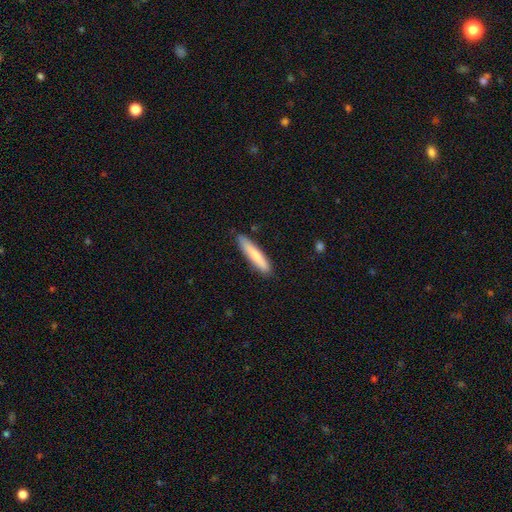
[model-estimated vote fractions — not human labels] Smooth or featured? Predicted: smooth (p=0.79). How rounded? Predicted: cigar-shaped (p=0.90). Merging? Predicted: none (p=0.84).